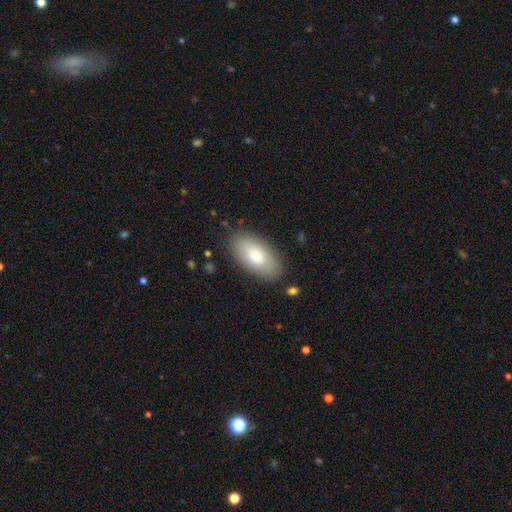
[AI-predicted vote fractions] smooth_or_featured: smooth (p=0.76) [alt: featured or disk p=0.18]
how_rounded: in between (p=0.94) [alt: cigar-shaped p=0.03]
merging: none (p=0.83) [alt: minor disturbance p=0.12]